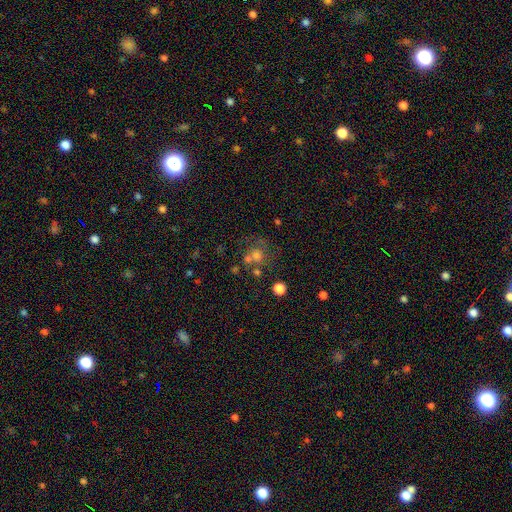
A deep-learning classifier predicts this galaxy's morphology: A smooth galaxy with no disk features (45%).

Vote fractions:
- Smooth or featured? smooth: 45% / star or artifact: 29% / featured or disk: 26%
- Merging? none: 53% / merger: 24% / minor disturbance: 13% / major disturbance: 10%